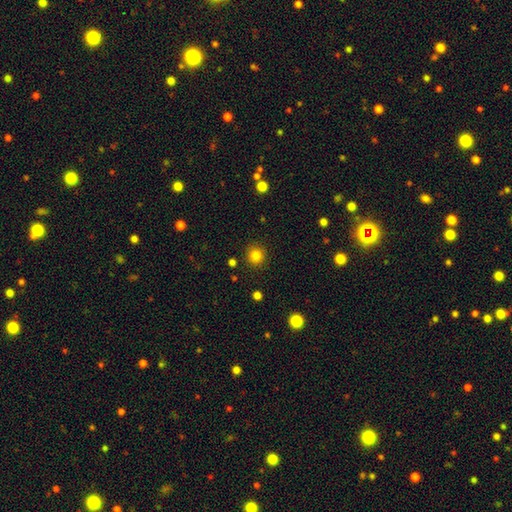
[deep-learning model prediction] smooth_or_featured: smooth (p=0.83) [alt: star or artifact p=0.13]
how_rounded: round (p=0.92) [alt: in between p=0.07]
merging: none (p=0.90) [alt: minor disturbance p=0.06]